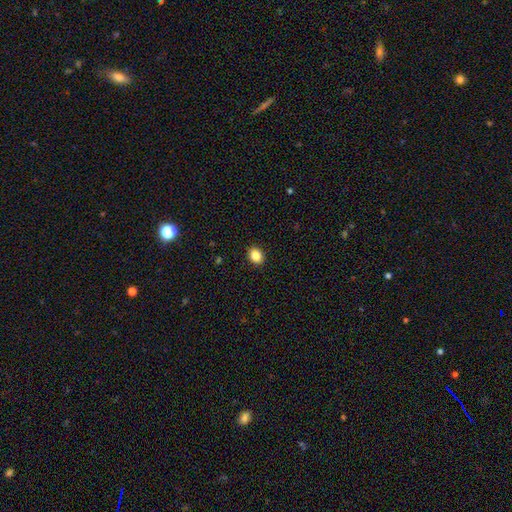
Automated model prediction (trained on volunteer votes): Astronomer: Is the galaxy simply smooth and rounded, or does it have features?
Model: smooth — 86%.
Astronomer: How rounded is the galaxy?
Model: round — 50% (runner-up: in between, 49%).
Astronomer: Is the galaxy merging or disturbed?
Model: none — 91%.